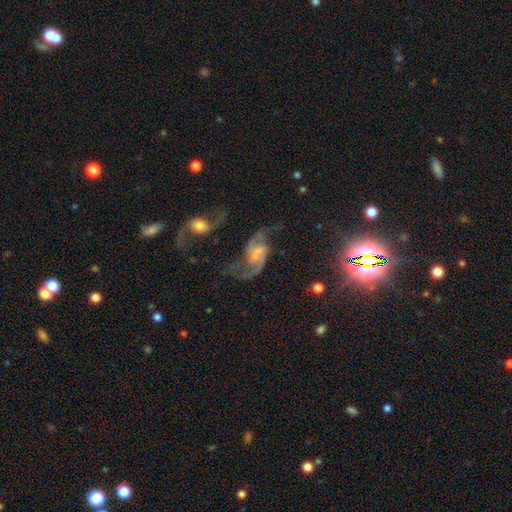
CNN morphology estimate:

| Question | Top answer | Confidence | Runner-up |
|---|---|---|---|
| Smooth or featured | featured or disk | 81% | smooth (10%) |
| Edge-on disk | no | 97% | yes (3%) |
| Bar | weak | 46% | no (39%) |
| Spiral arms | yes | 94% | no (6%) |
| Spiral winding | loose | 56% | medium (35%) |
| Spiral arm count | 2 | 88% | can't tell (4%) |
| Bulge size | small | 47% | none (25%) |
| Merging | none | 47% | major disturbance (23%) |